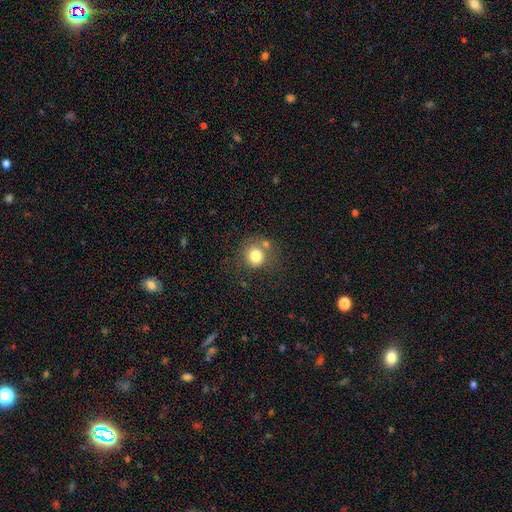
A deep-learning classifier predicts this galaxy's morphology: Smooth or featured? Predicted: smooth (p=0.79). How rounded? Predicted: round (p=0.83). Merging? Predicted: none (p=0.63).